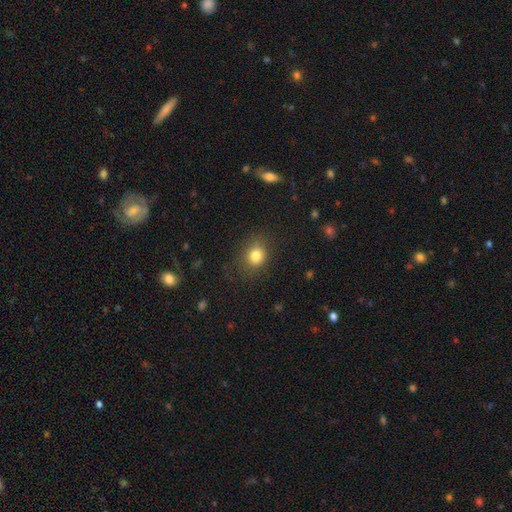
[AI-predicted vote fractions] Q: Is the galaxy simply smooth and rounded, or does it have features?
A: smooth — 81%.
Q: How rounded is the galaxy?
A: round — 62%.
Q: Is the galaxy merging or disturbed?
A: none — 80%.